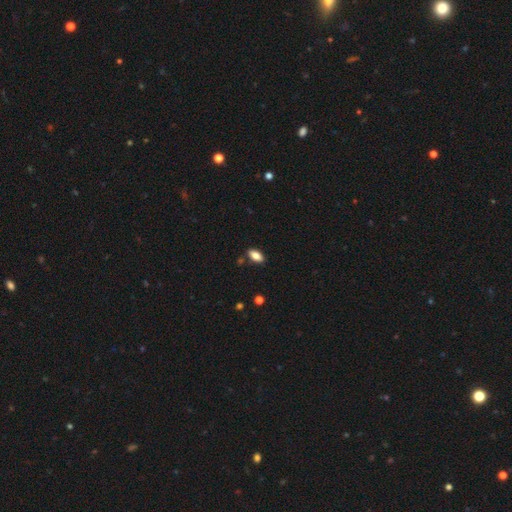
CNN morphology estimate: Smooth or featured?
  - smooth: 83% *
  - featured or disk: 9%
  - star or artifact: 8%
How rounded?
  - in between: 90% *
  - cigar-shaped: 7%
  - round: 3%
Merging?
  - none: 85% *
  - minor disturbance: 10%
  - merger: 3%
  - major disturbance: 2%